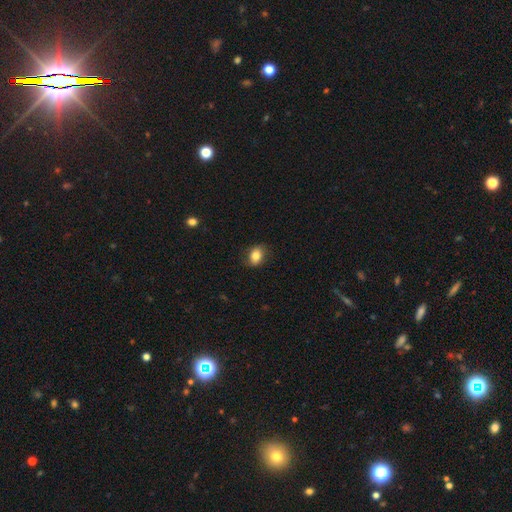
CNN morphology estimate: smooth_or_featured: smooth (p=0.82) [alt: featured or disk p=0.10]
how_rounded: in between (p=0.67) [alt: round p=0.32]
merging: none (p=0.81) [alt: minor disturbance p=0.15]